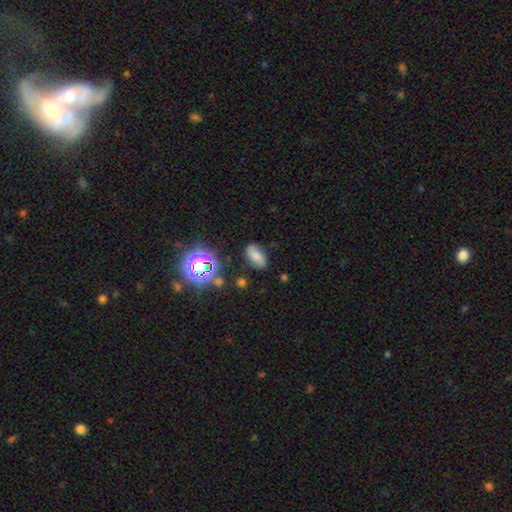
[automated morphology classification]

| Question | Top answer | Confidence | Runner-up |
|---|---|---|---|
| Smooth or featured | smooth | 56% | featured or disk (25%) |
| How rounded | in between | 84% | round (10%) |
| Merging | none | 77% | minor disturbance (16%) |